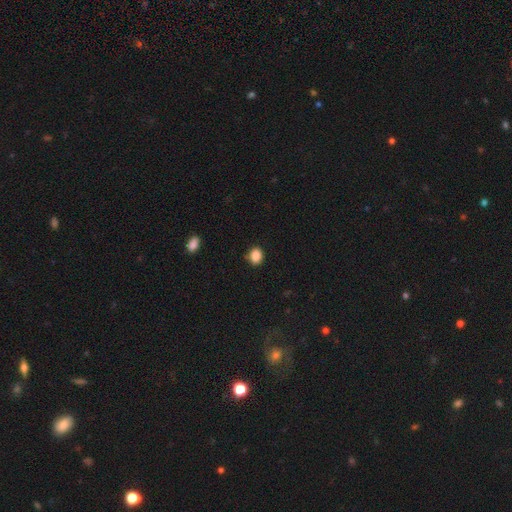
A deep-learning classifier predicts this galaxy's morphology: smooth 87%, star or artifact 9%, featured or disk 4%. Down the decision tree: how rounded — round (52%); merging — none (89%).